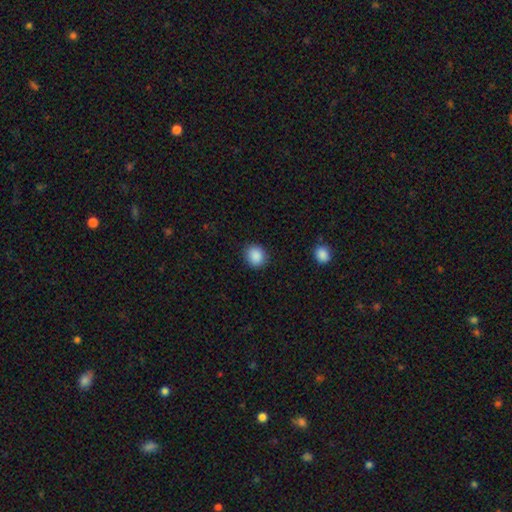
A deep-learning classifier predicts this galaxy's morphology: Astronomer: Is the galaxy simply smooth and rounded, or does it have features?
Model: smooth — 89%.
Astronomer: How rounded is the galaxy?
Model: round — 71%.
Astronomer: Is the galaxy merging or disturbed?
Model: none — 88%.